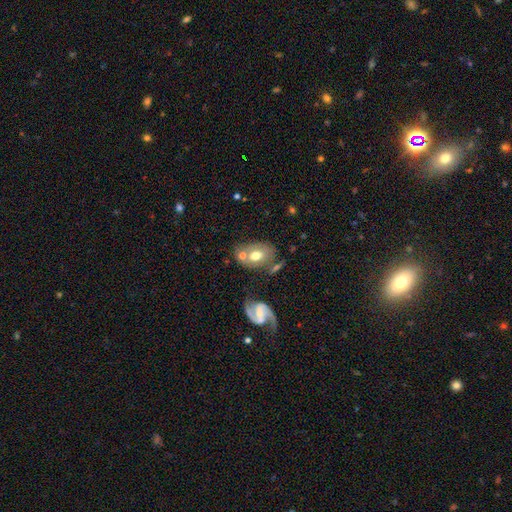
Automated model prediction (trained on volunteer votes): smooth 54%, featured or disk 39%, star or artifact 8%. Down the decision tree: how rounded — in between (77%); merging — none (47%).